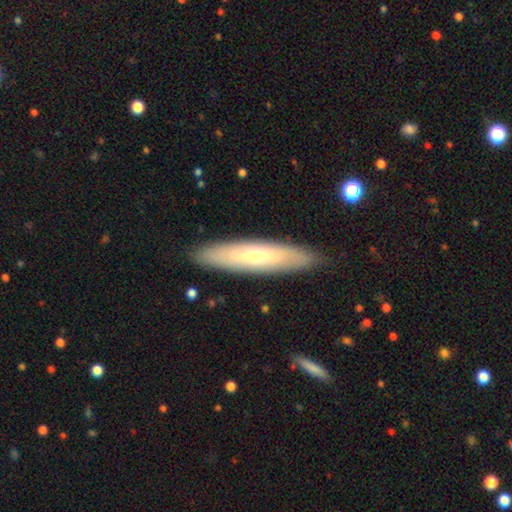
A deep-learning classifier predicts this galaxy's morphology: This appears to be a smooth galaxy with no disk features (50%) that is cigar-shaped (80%). Merging: none (88%).